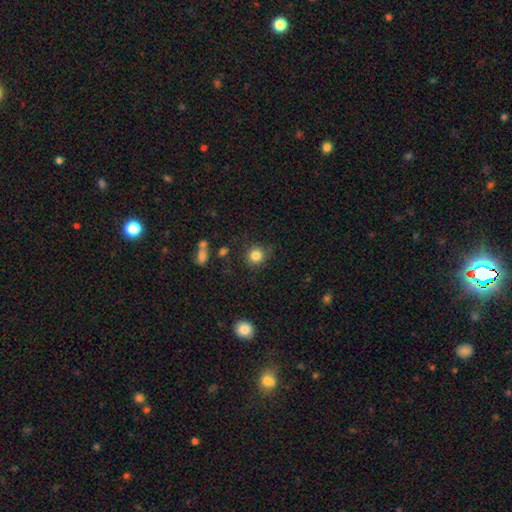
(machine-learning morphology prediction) Q: Smooth or featured?
A: smooth (84%); runner-up: star or artifact (11%)
Q: How rounded?
A: round (91%); runner-up: in between (8%)
Q: Merging?
A: none (83%); runner-up: minor disturbance (11%)